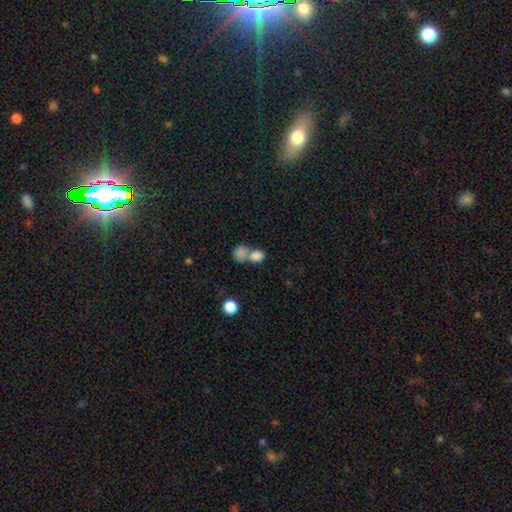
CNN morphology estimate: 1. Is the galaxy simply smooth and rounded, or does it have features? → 83% smooth, 10% star or artifact, 8% featured or disk.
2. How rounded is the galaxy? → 50% round, 49% in between, 1% cigar-shaped.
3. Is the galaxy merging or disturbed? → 62% merger, 28% none, 7% minor disturbance, 4% major disturbance.